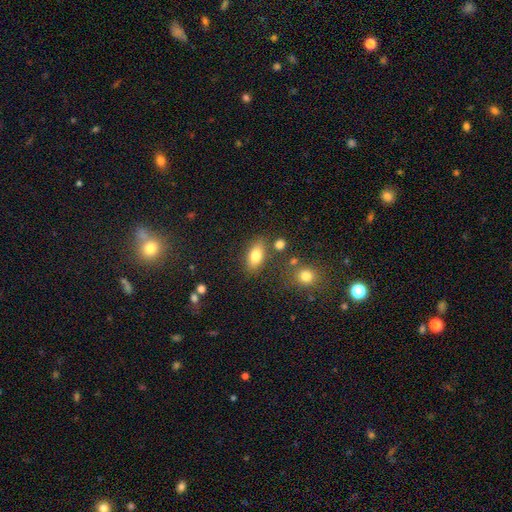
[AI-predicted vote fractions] smooth-or-featured: smooth: 79% | featured or disk: 12% | star or artifact: 9%
  how-rounded: in between: 84% | cigar-shaped: 9% | round: 7%
  merging: none: 75% | minor disturbance: 13% | merger: 7% | major disturbance: 4%